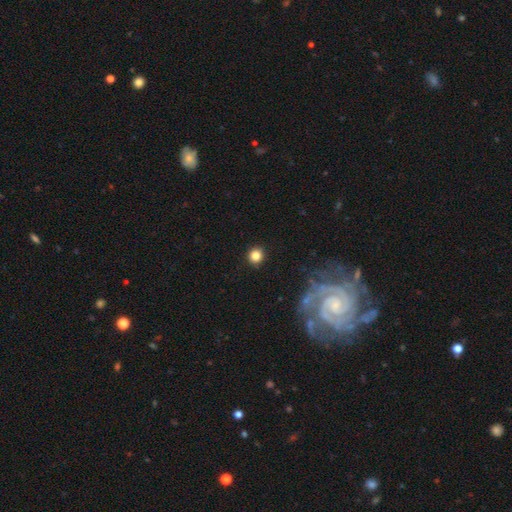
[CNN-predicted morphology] This appears to be a smooth galaxy with no disk features (82%) that is round (91%). Merging: none (91%).